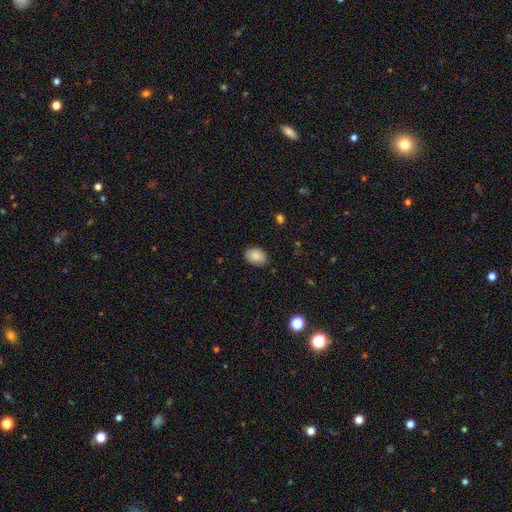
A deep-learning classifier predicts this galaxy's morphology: type=smooth (88%); roundness=in between (73%); merging=none (85%).